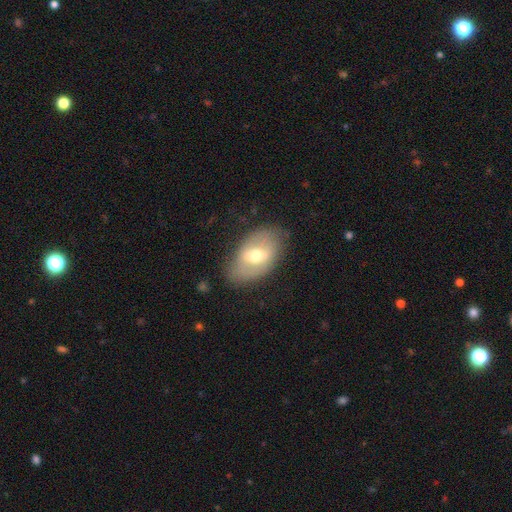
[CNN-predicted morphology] This is possibly a smooth galaxy (47%). Merging: likely none (78%).